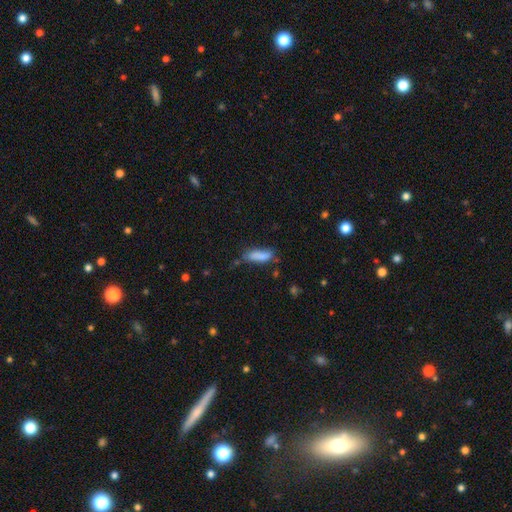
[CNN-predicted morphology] The model was most divided on "how rounded": cigar-shaped: 53%, in between: 45%, round: 2%. More confident: smooth or featured — smooth (80%); merging — none (58%).